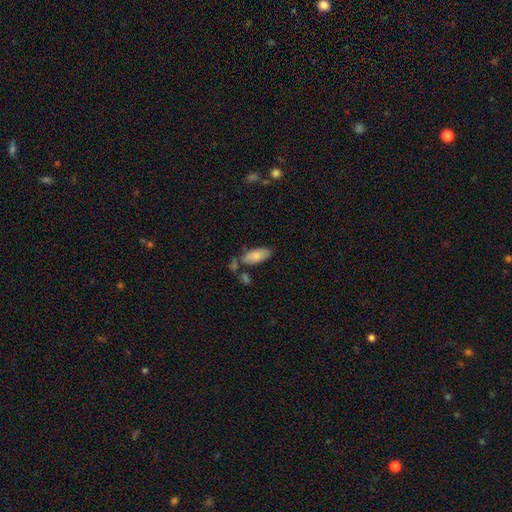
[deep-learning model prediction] smooth_or_featured: smooth (p=0.83) [alt: featured or disk p=0.11]
how_rounded: in between (p=0.86) [alt: cigar-shaped p=0.12]
merging: none (p=0.63) [alt: minor disturbance p=0.18]